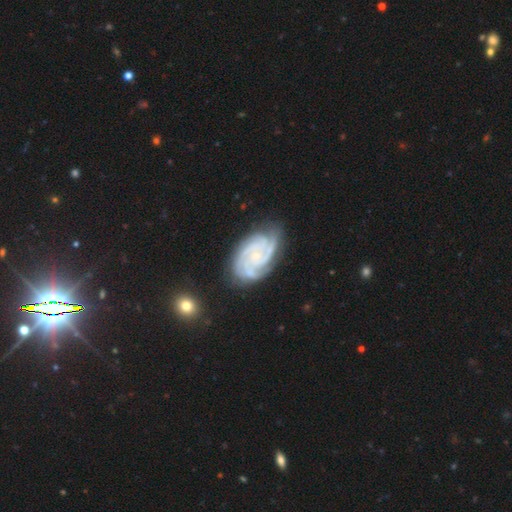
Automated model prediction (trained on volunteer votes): This is clearly a featured or disk galaxy (90%). It is clearly not viewed edge-on (98%). Bar: likely no (70%). Spiral arm pattern: clearly yes (98%). Spiral arm count: marginally 3 (36%). Spiral winding: likely tight (73%). Central bulge: likely small (76%). Merging: likely none (73%).